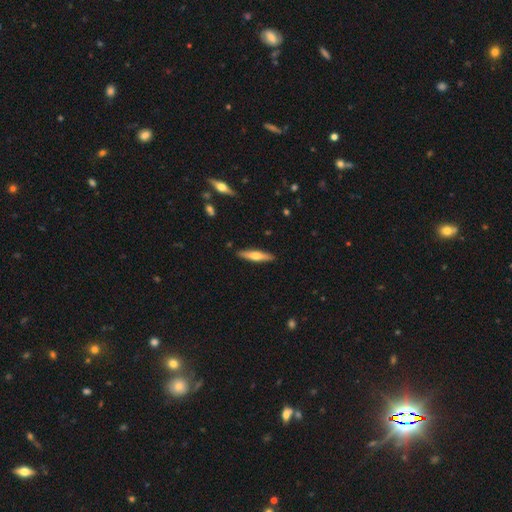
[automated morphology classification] This is possibly a smooth galaxy (51%). How rounded: clearly cigar-shaped (83%). Merging: clearly none (90%).